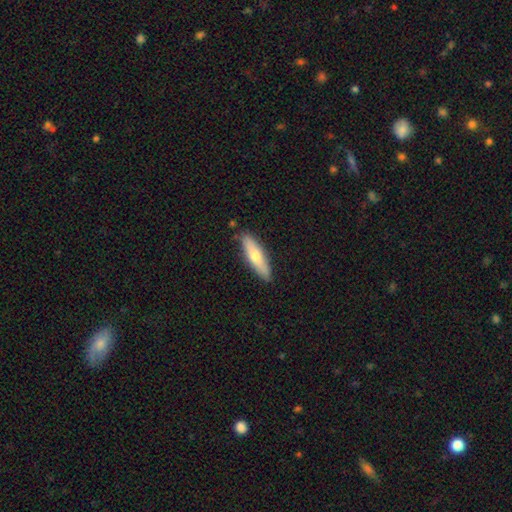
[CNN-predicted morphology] This appears to be a smooth galaxy with no disk features (60%) that is cigar-shaped (66%). Merging: none (86%).